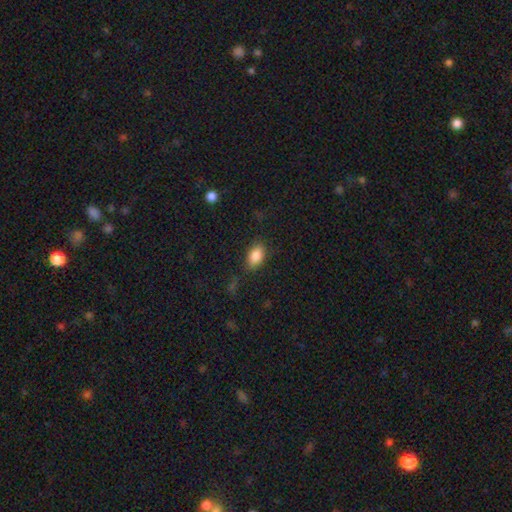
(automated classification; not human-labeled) A smooth galaxy with no disk features (84%) that is in between round and cigar-shaped (89%).

Vote fractions:
- Smooth or featured? smooth: 84% / star or artifact: 8% / featured or disk: 7%
- How rounded? in between: 89% / round: 8% / cigar-shaped: 3%
- Merging? none: 78% / minor disturbance: 15% / major disturbance: 5% / merger: 2%